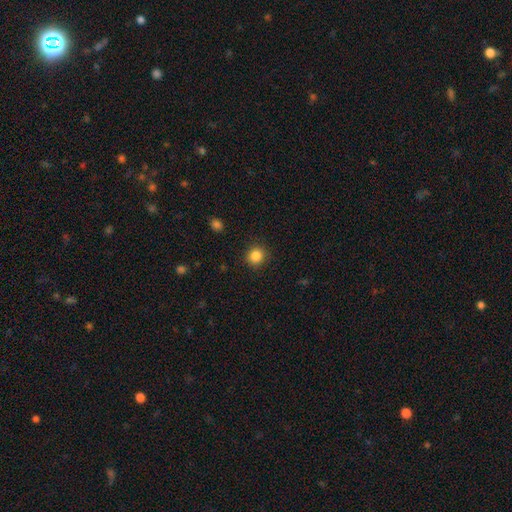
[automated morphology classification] Overall: smooth (86%). How rounded: round (89%). Merging: none (90%).